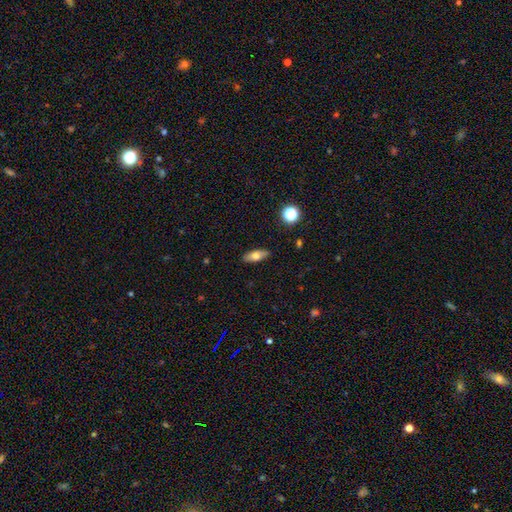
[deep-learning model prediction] Smooth or featured? Predicted: smooth (p=0.70). How rounded? Predicted: in between (p=0.70). Merging? Predicted: none (p=0.88).